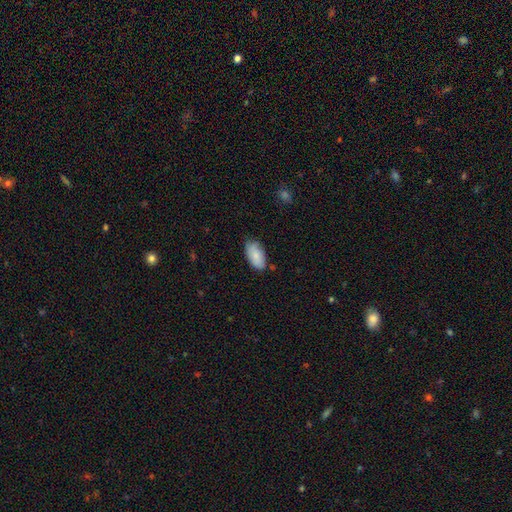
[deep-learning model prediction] Smooth or featured: smooth — 79% (featured or disk — 15%)
How rounded: in between — 95% (round — 3%)
Merging: none — 70% (minor disturbance — 24%)